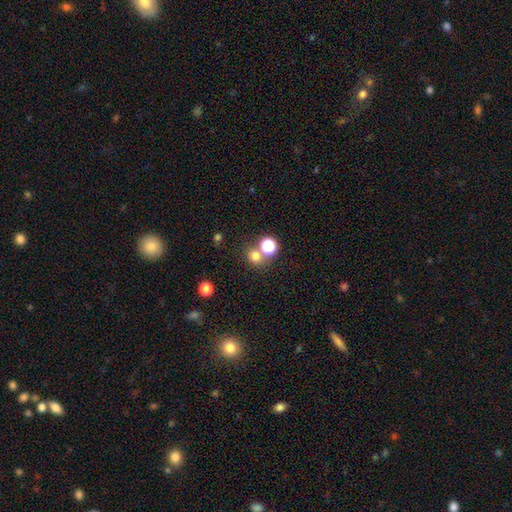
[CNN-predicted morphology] smooth_or_featured: smooth (p=0.72) [alt: star or artifact p=0.21]
how_rounded: round (p=0.83) [alt: in between p=0.16]
merging: none (p=0.65) [alt: merger p=0.24]